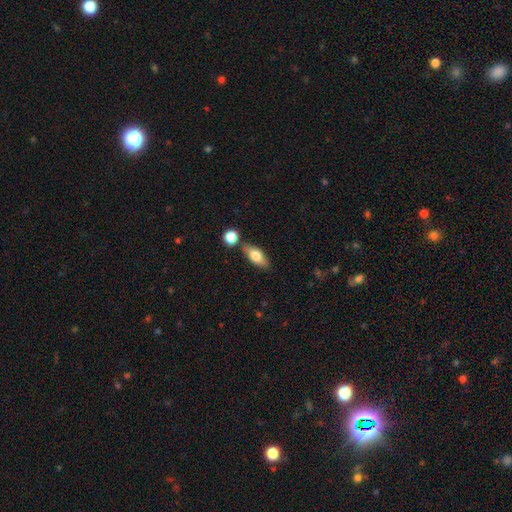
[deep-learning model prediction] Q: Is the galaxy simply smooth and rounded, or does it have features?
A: smooth — 73%.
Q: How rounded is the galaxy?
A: in between — 81%.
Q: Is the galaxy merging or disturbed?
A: none — 73%.